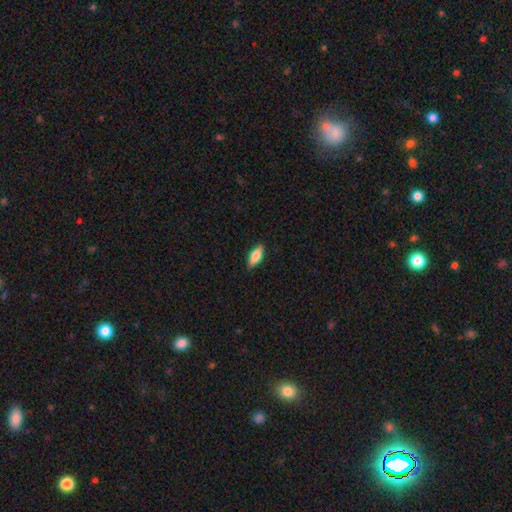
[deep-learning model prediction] This appears to be a smooth galaxy with no disk features (76%) that is in between round and cigar-shaped (73%). Merging: none (87%).